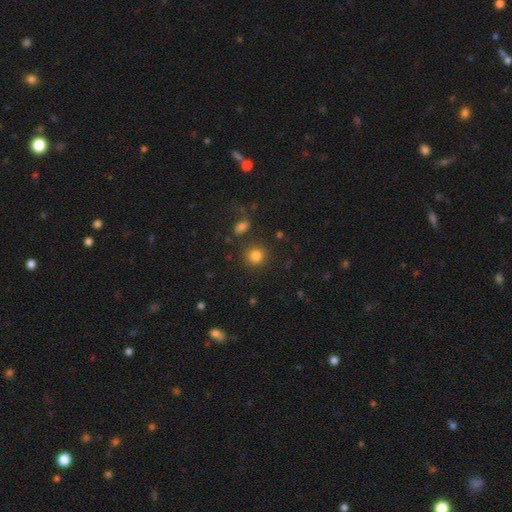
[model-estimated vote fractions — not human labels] Smooth or featured: smooth — 82% (star or artifact — 12%)
How rounded: round — 89% (in between — 10%)
Merging: none — 83% (minor disturbance — 8%)